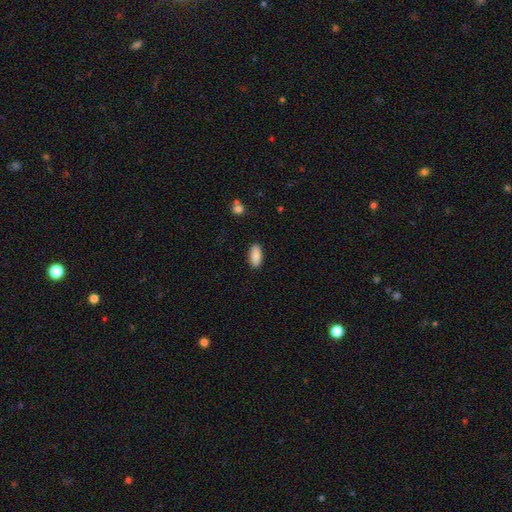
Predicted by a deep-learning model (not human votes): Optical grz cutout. It shows a smooth galaxy with no disk features (89%) that is in between round and cigar-shaped (86%). Merging: none (88%).